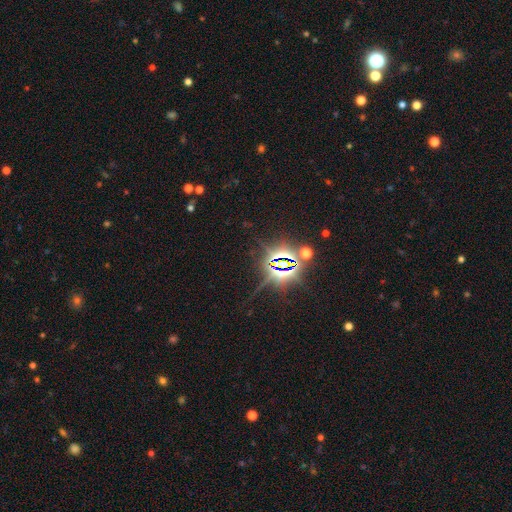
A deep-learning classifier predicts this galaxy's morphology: smooth_or_featured: star or artifact (p=0.83) [alt: smooth p=0.11]